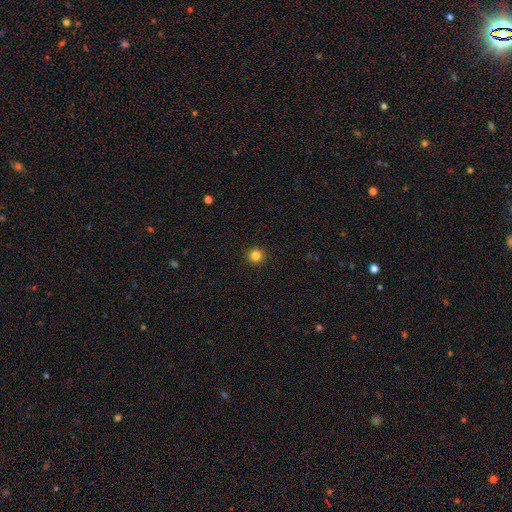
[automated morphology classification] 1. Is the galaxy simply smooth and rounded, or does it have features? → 83% smooth, 12% star or artifact, 4% featured or disk.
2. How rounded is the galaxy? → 95% round, 4% in between, 1% cigar-shaped.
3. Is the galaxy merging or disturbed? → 93% none, 4% minor disturbance, 1% major disturbance, 1% merger.